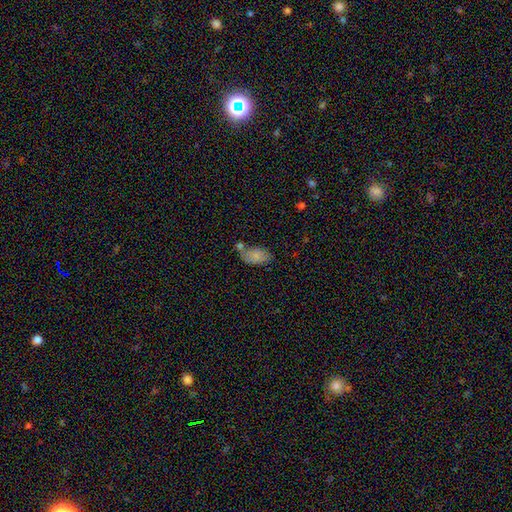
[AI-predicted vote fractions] Smooth or featured? smooth (81%)
How rounded? in between (93%)
Merging? none (43%)